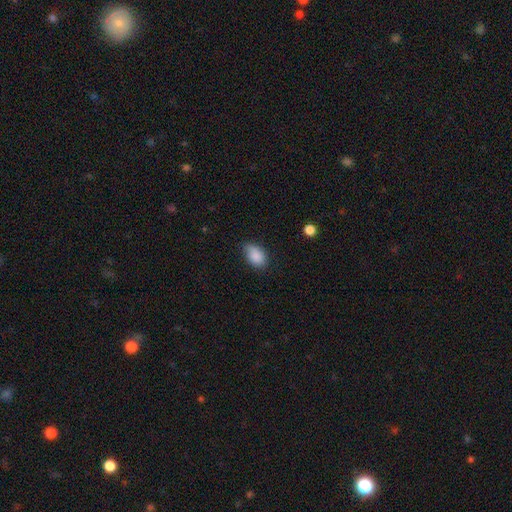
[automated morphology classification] smooth-or-featured: smooth: 88% | star or artifact: 8% | featured or disk: 5%
  how-rounded: in between: 88% | round: 11% | cigar-shaped: 1%
  merging: none: 68% | minor disturbance: 26% | major disturbance: 5% | merger: 1%